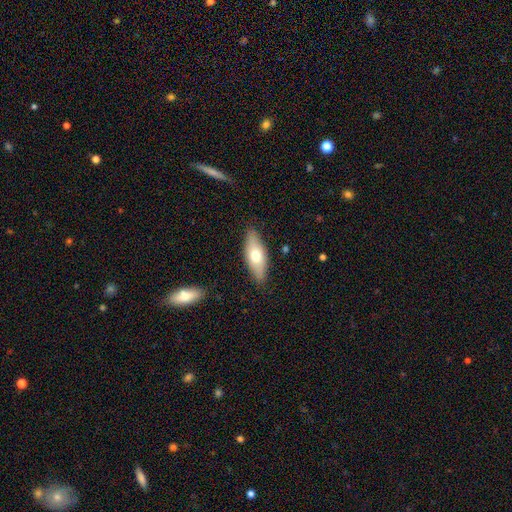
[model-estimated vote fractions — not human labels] Smooth or featured? smooth (65%)
How rounded? in between (73%)
Merging? none (85%)